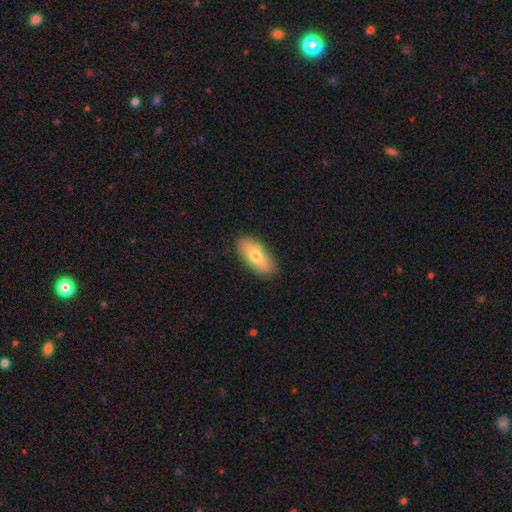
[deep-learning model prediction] A smooth galaxy with no disk features (67%) that is in between round and cigar-shaped (82%).

Vote fractions:
- Smooth or featured? smooth: 67% / featured or disk: 26% / star or artifact: 7%
- How rounded? in between: 82% / cigar-shaped: 14% / round: 3%
- Merging? none: 82% / minor disturbance: 11% / merger: 4% / major disturbance: 3%